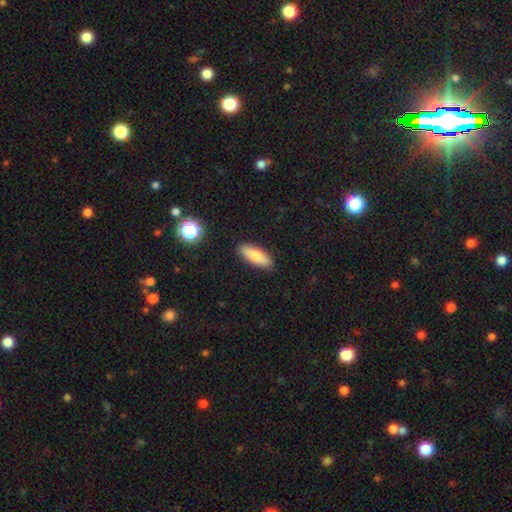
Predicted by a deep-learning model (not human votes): smooth 81%, featured or disk 13%, star or artifact 7%. Down the decision tree: how rounded — in between (64%); merging — none (89%).